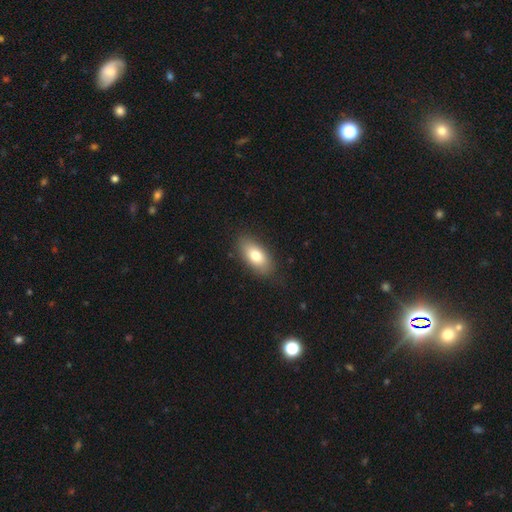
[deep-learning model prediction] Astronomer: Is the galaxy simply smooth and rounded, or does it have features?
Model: smooth — 77%.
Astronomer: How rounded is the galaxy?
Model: in between — 89%.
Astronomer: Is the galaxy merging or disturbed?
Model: none — 84%.